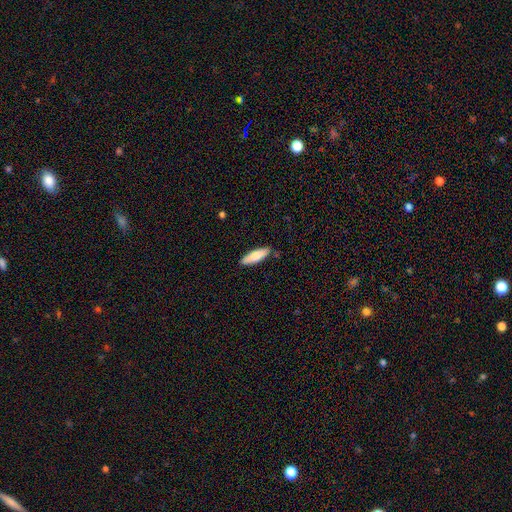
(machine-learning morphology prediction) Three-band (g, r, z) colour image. It shows a smooth galaxy with no disk features (74%) that is cigar-shaped (54%). Merging: none (85%).